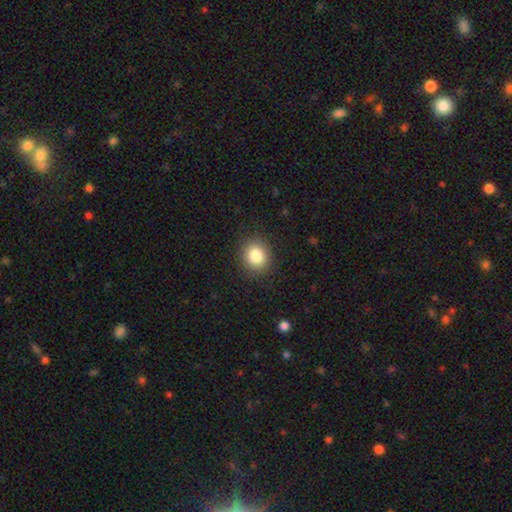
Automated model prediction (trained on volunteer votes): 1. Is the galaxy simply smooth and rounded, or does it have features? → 84% smooth, 10% star or artifact, 6% featured or disk.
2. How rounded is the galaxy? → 74% round, 25% in between, 1% cigar-shaped.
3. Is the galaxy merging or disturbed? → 89% none, 8% minor disturbance, 3% major disturbance, 1% merger.